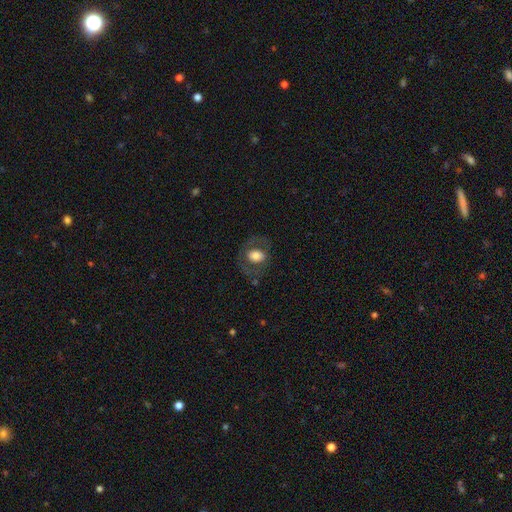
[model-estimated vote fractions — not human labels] Q: Smooth or featured?
A: smooth (61%); runner-up: featured or disk (31%)
Q: How rounded?
A: in between (51%); runner-up: round (48%)
Q: Merging?
A: none (69%); runner-up: minor disturbance (15%)